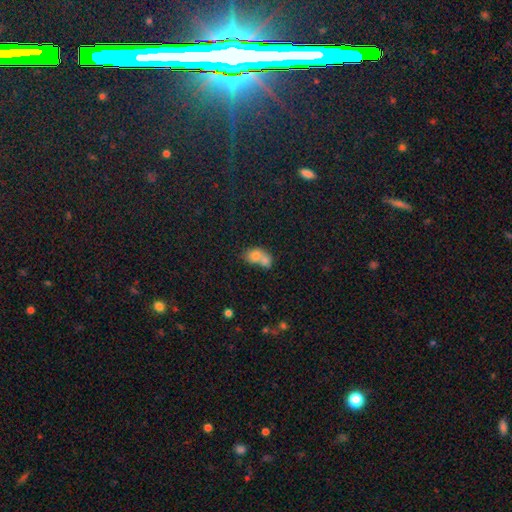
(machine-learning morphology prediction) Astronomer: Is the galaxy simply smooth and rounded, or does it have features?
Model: smooth — 75%.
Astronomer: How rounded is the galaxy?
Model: in between — 66%.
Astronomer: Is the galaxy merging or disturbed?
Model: merger — 73%.